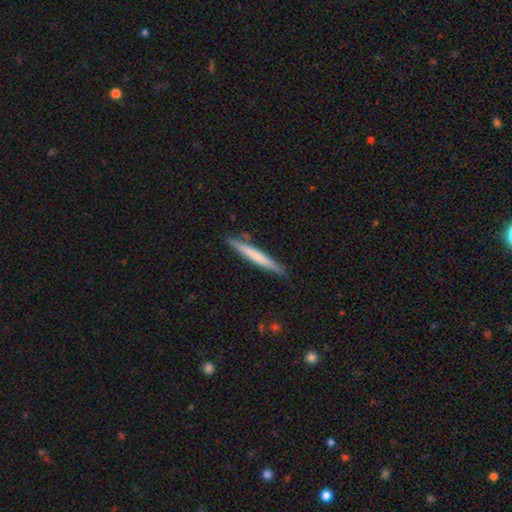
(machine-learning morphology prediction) Smooth or featured?
  - smooth: 59% *
  - featured or disk: 36%
  - star or artifact: 5%
How rounded?
  - cigar-shaped: 97% *
  - in between: 2%
  - round: 1%
Merging?
  - none: 87% *
  - minor disturbance: 10%
  - merger: 2%
  - major disturbance: 2%